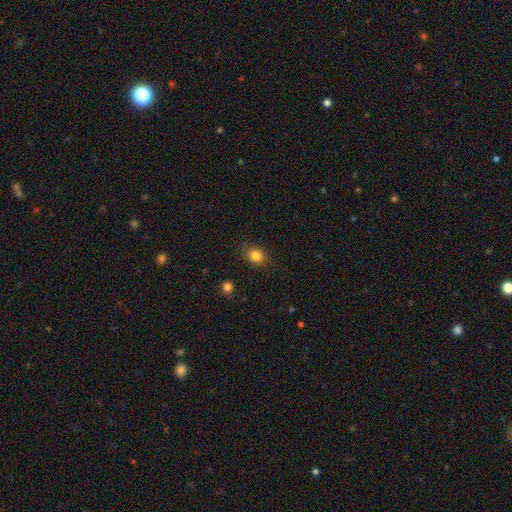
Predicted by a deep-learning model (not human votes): Smooth or featured? smooth (83%)
How rounded? in between (53%)
Merging? none (81%)